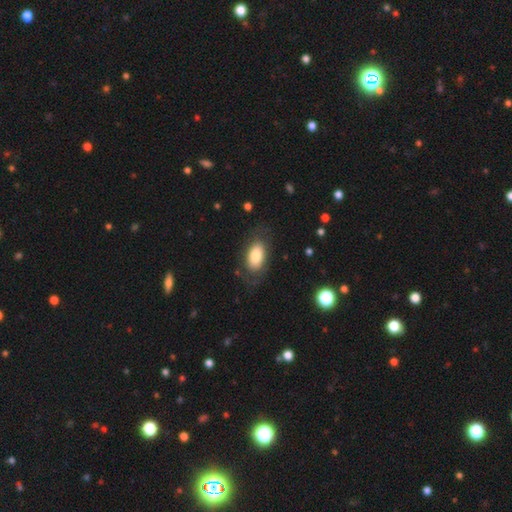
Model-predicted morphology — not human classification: A smooth galaxy with no disk features (75%) that is in between round and cigar-shaped (93%).

Vote fractions:
- Smooth or featured? smooth: 75% / featured or disk: 18% / star or artifact: 6%
- How rounded? in between: 93% / round: 5% / cigar-shaped: 2%
- Merging? none: 72% / minor disturbance: 17% / major disturbance: 10% / merger: 1%